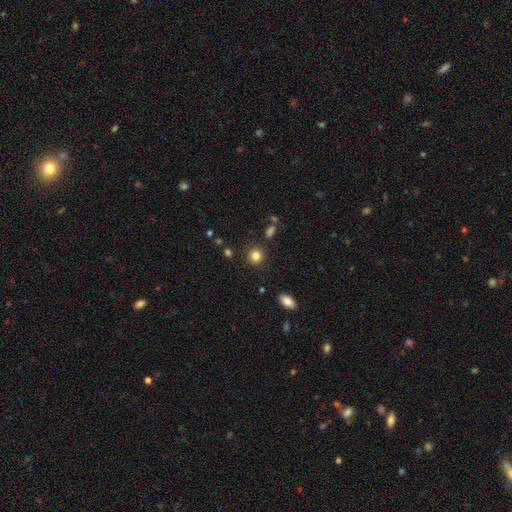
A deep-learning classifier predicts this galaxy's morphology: type=smooth (83%); roundness=round (88%); merging=none (87%).